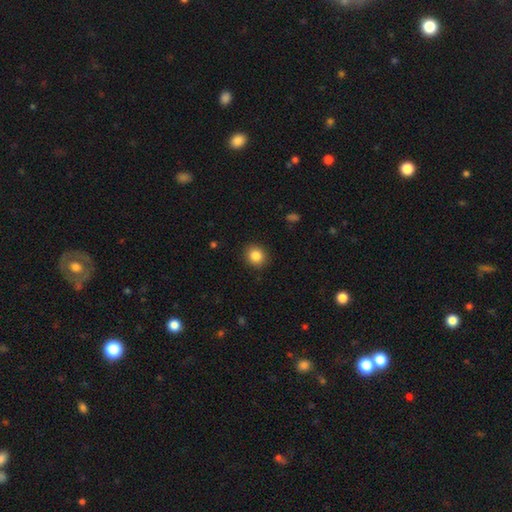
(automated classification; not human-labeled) Smooth or featured? Predicted: smooth (p=0.85). How rounded? Predicted: round (p=0.82). Merging? Predicted: none (p=0.90).